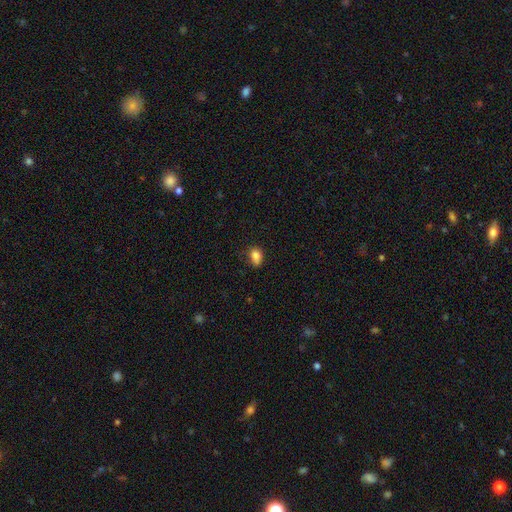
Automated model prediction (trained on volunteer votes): Smooth or featured?
  - smooth: 82% *
  - star or artifact: 10%
  - featured or disk: 7%
How rounded?
  - in between: 72% *
  - round: 26%
  - cigar-shaped: 2%
Merging?
  - none: 52% *
  - minor disturbance: 33%
  - major disturbance: 10%
  - merger: 6%